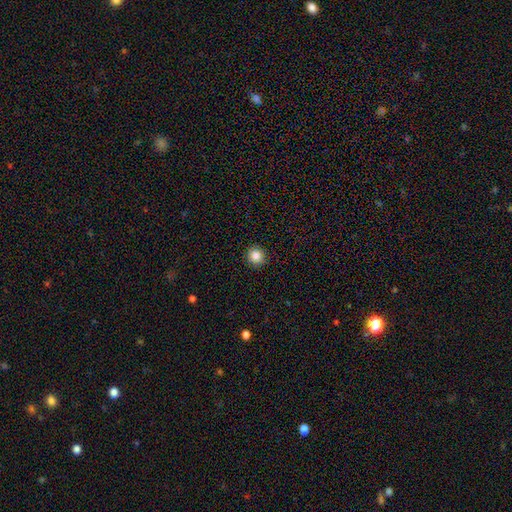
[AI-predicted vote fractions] smooth_or_featured: smooth (p=0.85) [alt: star or artifact p=0.10]
how_rounded: round (p=0.92) [alt: in between p=0.07]
merging: none (p=0.92) [alt: minor disturbance p=0.05]